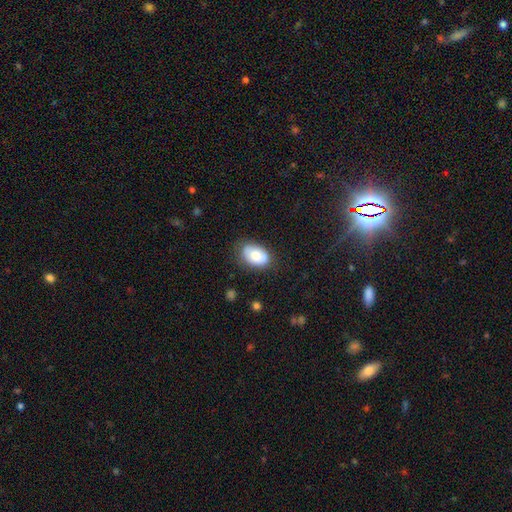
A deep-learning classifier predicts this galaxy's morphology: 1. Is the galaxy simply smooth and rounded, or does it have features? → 72% smooth, 21% featured or disk, 7% star or artifact.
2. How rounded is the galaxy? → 87% in between, 12% round, 1% cigar-shaped.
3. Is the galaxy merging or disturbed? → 78% none, 17% minor disturbance, 4% major disturbance, 1% merger.